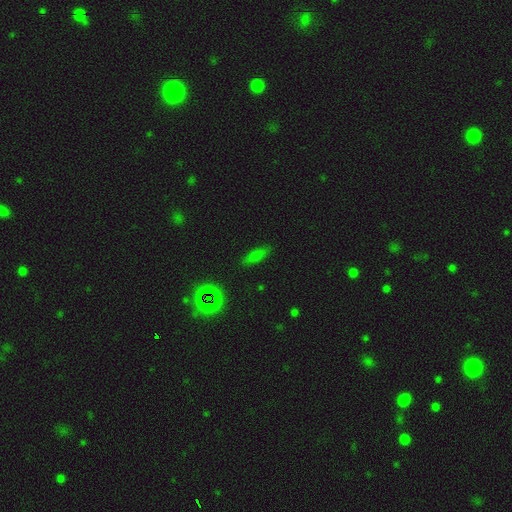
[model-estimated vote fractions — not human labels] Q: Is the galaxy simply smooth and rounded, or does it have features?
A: smooth — 67%.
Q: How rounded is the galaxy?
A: in between — 58%.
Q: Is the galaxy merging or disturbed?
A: none — 84%.